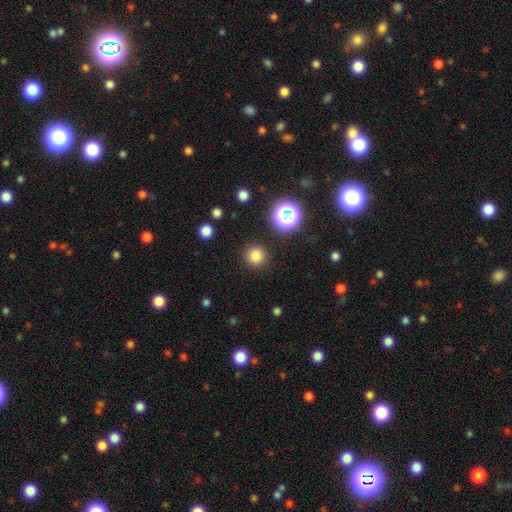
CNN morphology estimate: Smooth or featured: smooth — 78% (star or artifact — 17%)
How rounded: round — 95% (in between — 4%)
Merging: none — 90% (minor disturbance — 5%)